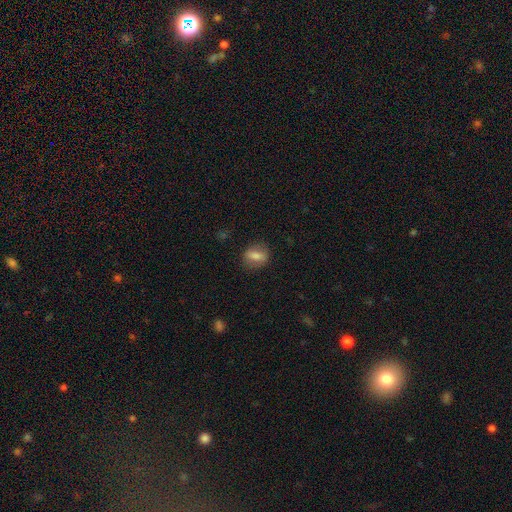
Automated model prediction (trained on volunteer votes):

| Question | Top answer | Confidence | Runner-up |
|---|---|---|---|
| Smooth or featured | smooth | 72% | featured or disk (20%) |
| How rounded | in between | 65% | round (30%) |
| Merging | none | 80% | minor disturbance (14%) |